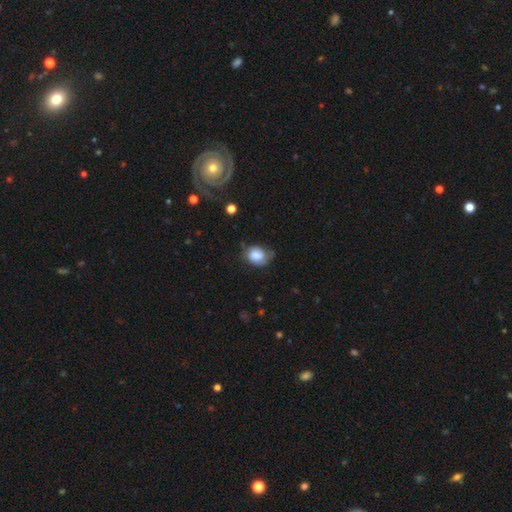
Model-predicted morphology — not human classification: This is likely a smooth galaxy (74%). How rounded: possibly round (51%). Merging: possibly none (50%).